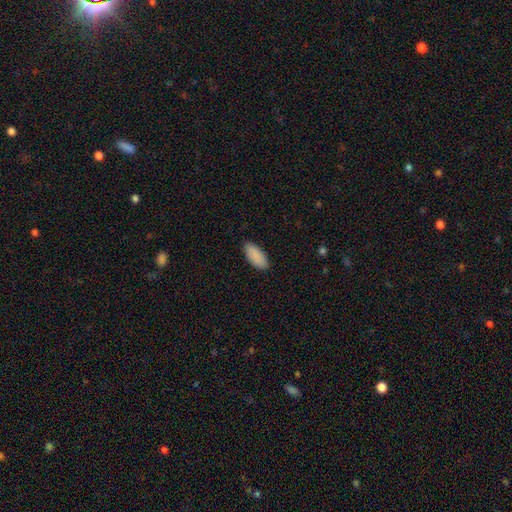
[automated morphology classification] Smooth or featured? Predicted: smooth (p=0.90). How rounded? Predicted: in between (p=0.90). Merging? Predicted: none (p=0.85).